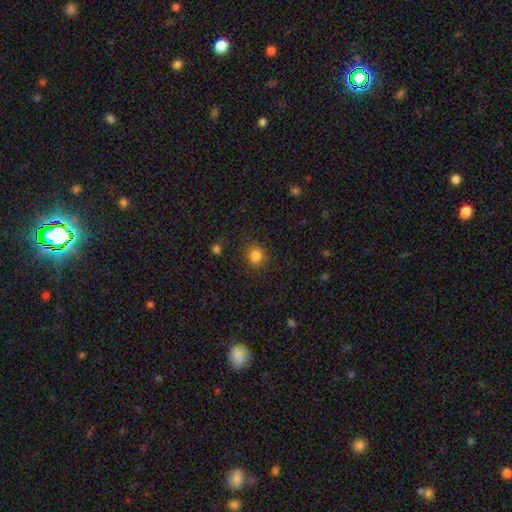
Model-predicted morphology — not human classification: Q: Smooth or featured?
A: smooth (84%); runner-up: star or artifact (12%)
Q: How rounded?
A: round (84%); runner-up: in between (15%)
Q: Merging?
A: none (87%); runner-up: minor disturbance (9%)